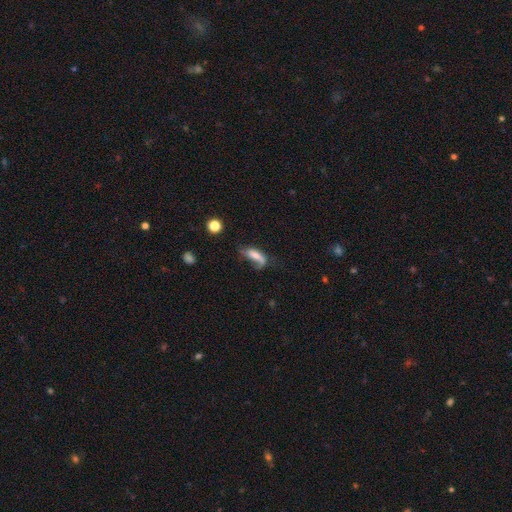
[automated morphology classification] This appears to be a smooth galaxy with no disk features (60%) that is in between round and cigar-shaped (66%). Merging: major disturbance (35%).